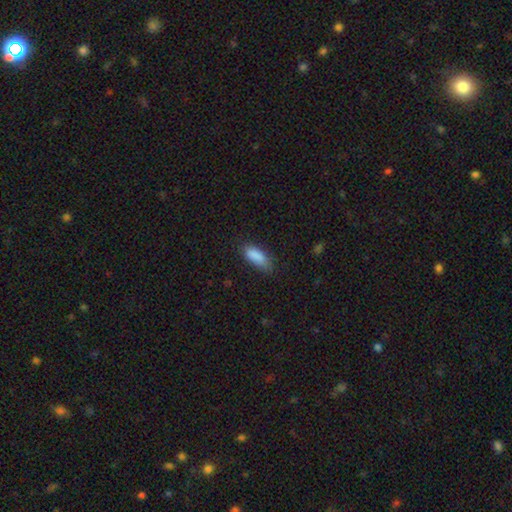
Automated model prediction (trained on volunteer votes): Morphology: type=smooth (87%); roundness=in between (77%); merging=none (66%).